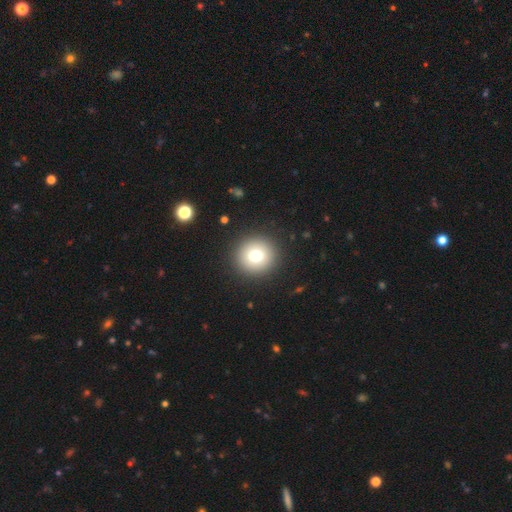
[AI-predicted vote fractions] smooth-or-featured: smooth: 75% | featured or disk: 13% | star or artifact: 12%
  how-rounded: round: 93% | in between: 6% | cigar-shaped: 1%
  merging: none: 92% | minor disturbance: 5% | major disturbance: 2% | merger: 1%